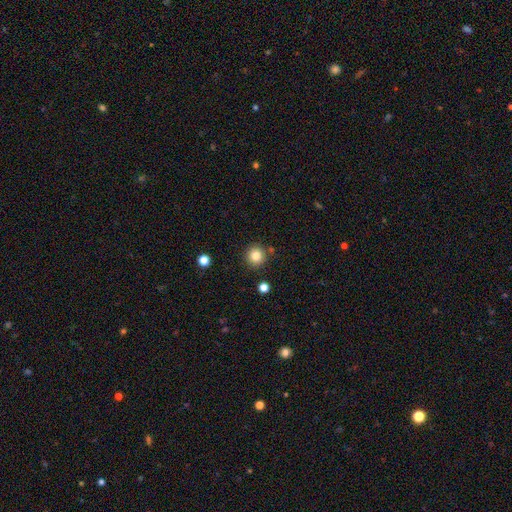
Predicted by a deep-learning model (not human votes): smooth-or-featured: smooth: 84% | star or artifact: 11% | featured or disk: 5%
  how-rounded: round: 94% | in between: 6% | cigar-shaped: 1%
  merging: none: 86% | minor disturbance: 7% | merger: 4% | major disturbance: 2%